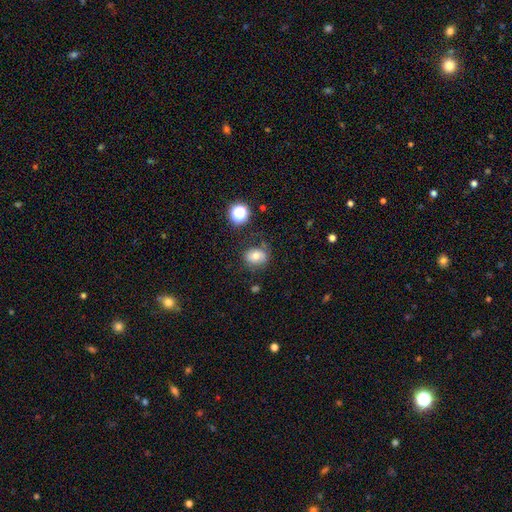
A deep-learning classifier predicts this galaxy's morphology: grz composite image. It shows a smooth galaxy with no disk features (70%) that is round (54%). Merging: none (69%).